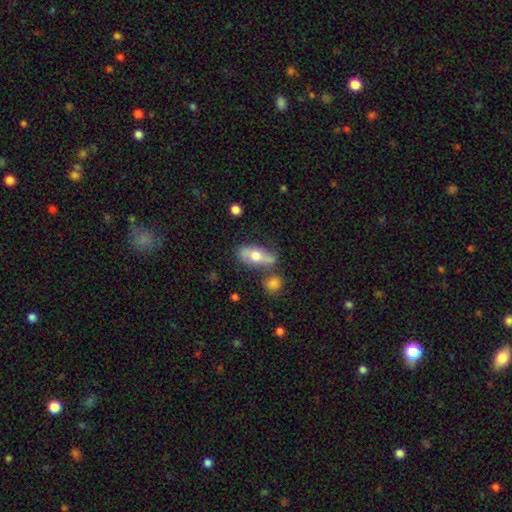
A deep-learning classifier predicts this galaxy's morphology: A smooth galaxy with no disk features (57%) that is in between round and cigar-shaped (80%). Merging: none (60%).